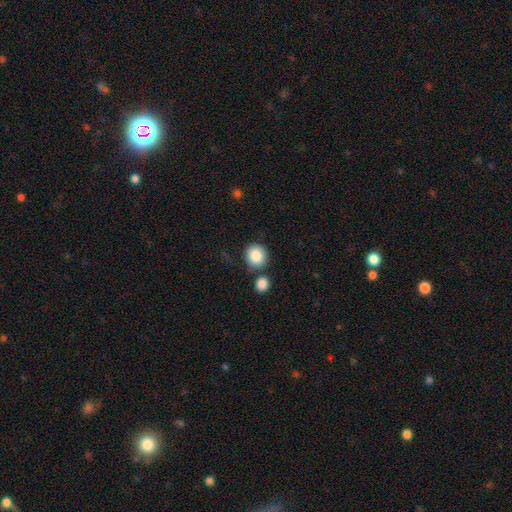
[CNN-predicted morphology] smooth_or_featured: smooth (p=0.87) [alt: star or artifact p=0.08]
how_rounded: round (p=0.80) [alt: in between p=0.19]
merging: none (p=0.71) [alt: merger p=0.15]